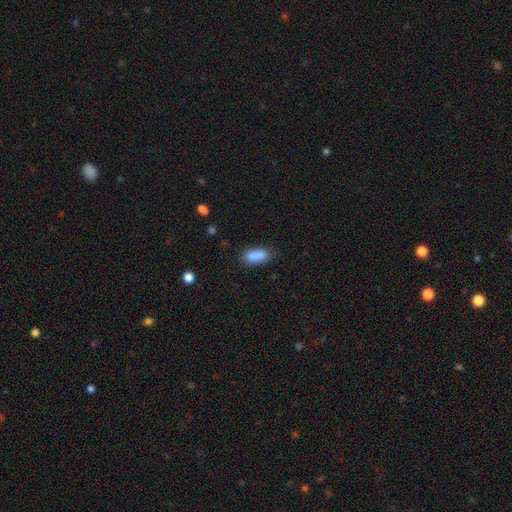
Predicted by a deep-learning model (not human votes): Smooth or featured? smooth (83%)
How rounded? in between (86%)
Merging? none (58%)